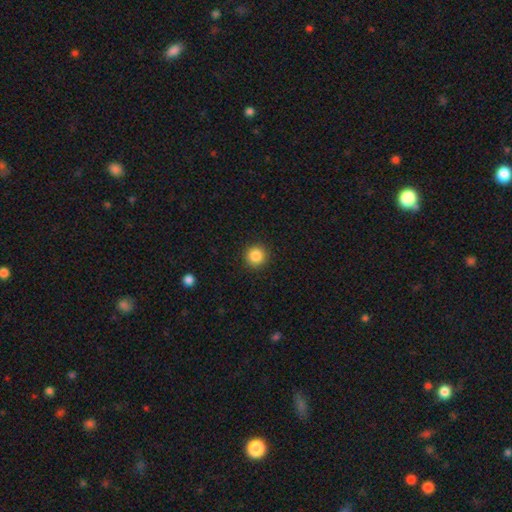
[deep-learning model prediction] Smooth or featured? smooth (86%)
How rounded? round (95%)
Merging? none (92%)